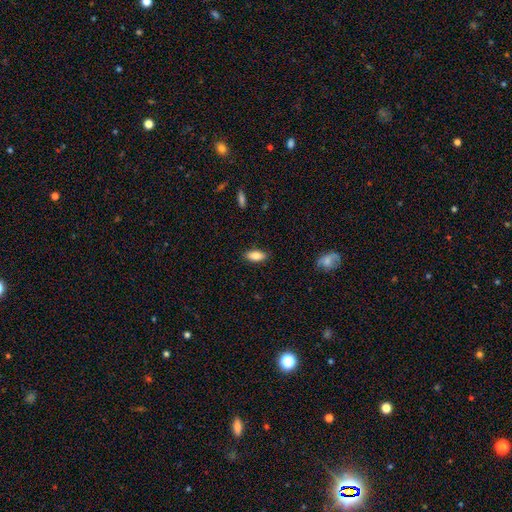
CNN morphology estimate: Smooth or featured?
  - smooth: 84% *
  - featured or disk: 9%
  - star or artifact: 7%
How rounded?
  - in between: 88% *
  - cigar-shaped: 10%
  - round: 3%
Merging?
  - none: 87% *
  - minor disturbance: 10%
  - major disturbance: 2%
  - merger: 1%